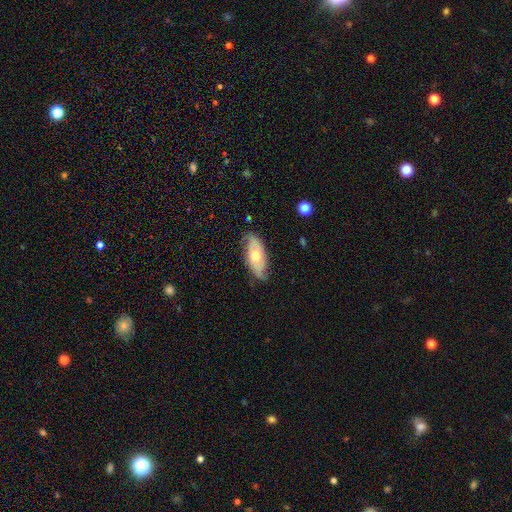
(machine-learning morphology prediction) Q: Smooth or featured?
A: featured or disk (62%); runner-up: smooth (31%)
Q: Edge-on disk?
A: no (87%); runner-up: yes (13%)
Q: Bar?
A: no (75%); runner-up: weak (20%)
Q: Spiral arms?
A: yes (82%); runner-up: no (18%)
Q: Bulge size?
A: moderate (65%); runner-up: small (27%)
Q: Merging?
A: none (73%); runner-up: minor disturbance (21%)